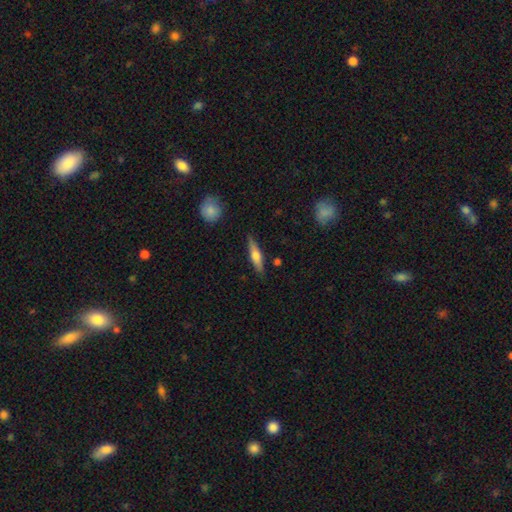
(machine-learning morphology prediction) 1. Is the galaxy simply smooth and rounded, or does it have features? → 48% smooth, 46% featured or disk, 6% star or artifact.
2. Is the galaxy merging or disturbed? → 85% none, 11% minor disturbance, 2% major disturbance, 2% merger.